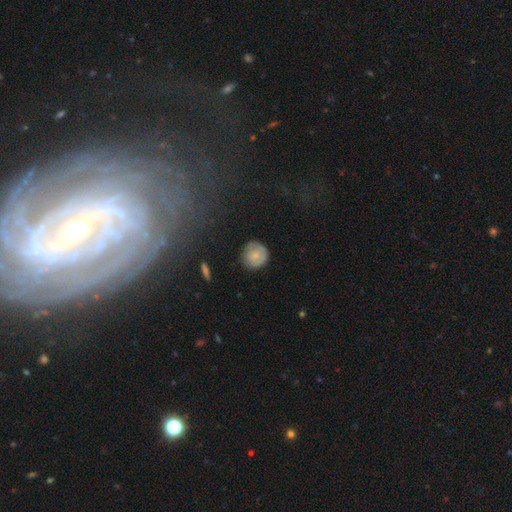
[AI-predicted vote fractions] Smooth or featured?
  - smooth: 70% *
  - featured or disk: 22%
  - star or artifact: 8%
How rounded?
  - round: 90% *
  - in between: 9%
  - cigar-shaped: 1%
Merging?
  - none: 77% *
  - minor disturbance: 18%
  - major disturbance: 4%
  - merger: 1%